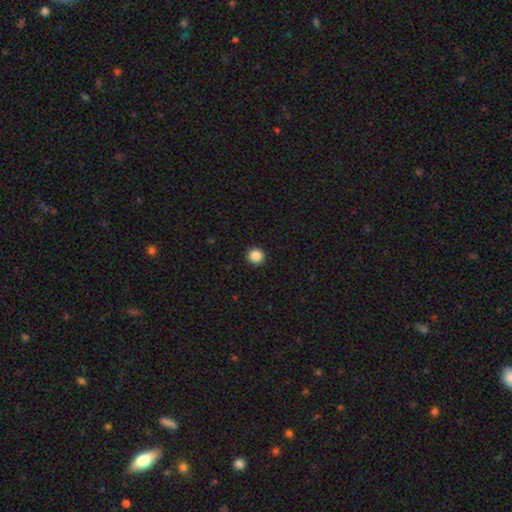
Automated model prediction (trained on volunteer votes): Q: Smooth or featured?
A: smooth (88%); runner-up: star or artifact (10%)
Q: How rounded?
A: round (95%); runner-up: in between (4%)
Q: Merging?
A: none (93%); runner-up: minor disturbance (4%)